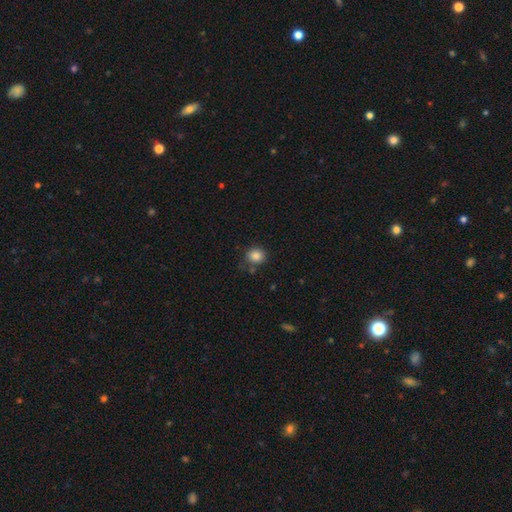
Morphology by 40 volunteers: This appears to be a smooth galaxy with no disk features (90%) that is round (75%). Merging: none (69%).